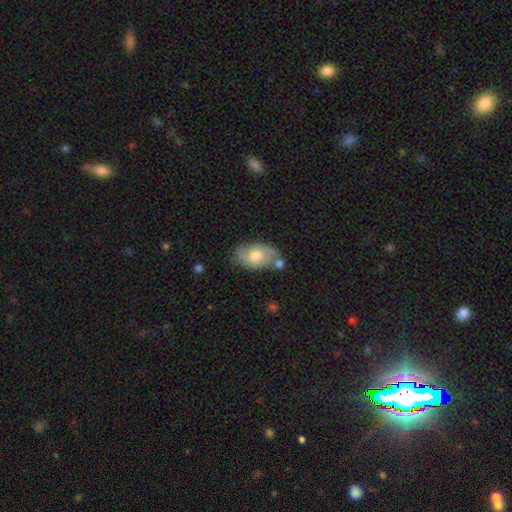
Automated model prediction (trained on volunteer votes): A smooth galaxy with no disk features (66%) that is in between round and cigar-shaped (90%). Merging: none (62%).